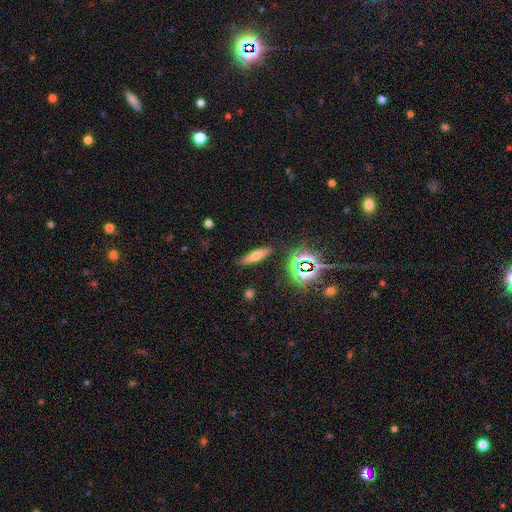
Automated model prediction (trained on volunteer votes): A smooth galaxy with no disk features (55%) that is cigar-shaped (56%). Merging: none (87%).